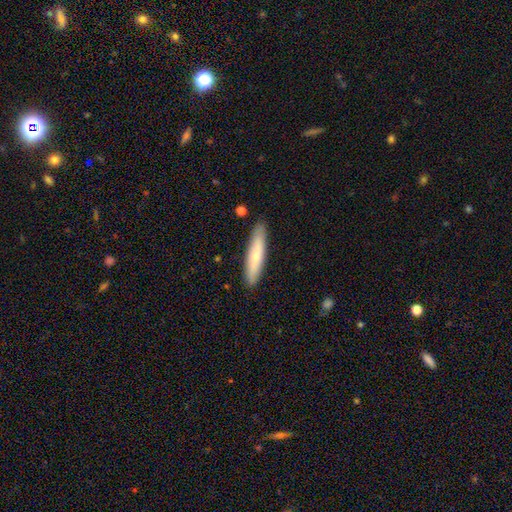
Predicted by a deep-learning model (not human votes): smooth_or_featured: smooth (p=0.70) [alt: featured or disk p=0.25]
how_rounded: cigar-shaped (p=0.85) [alt: in between p=0.13]
merging: none (p=0.88) [alt: minor disturbance p=0.09]